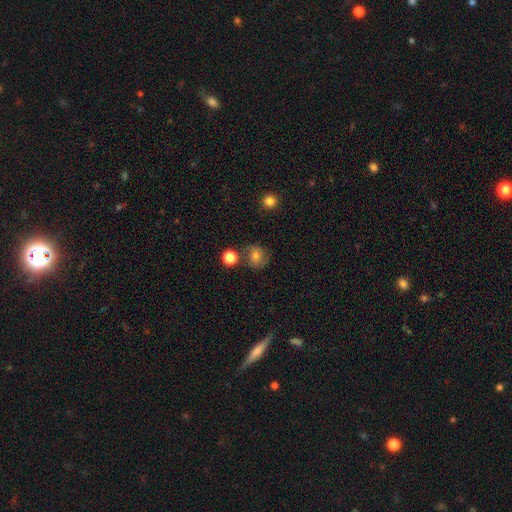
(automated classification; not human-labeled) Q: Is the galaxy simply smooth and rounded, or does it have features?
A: smooth — 70%.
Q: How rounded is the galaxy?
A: round — 82%.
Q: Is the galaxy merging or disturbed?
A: none — 69%.